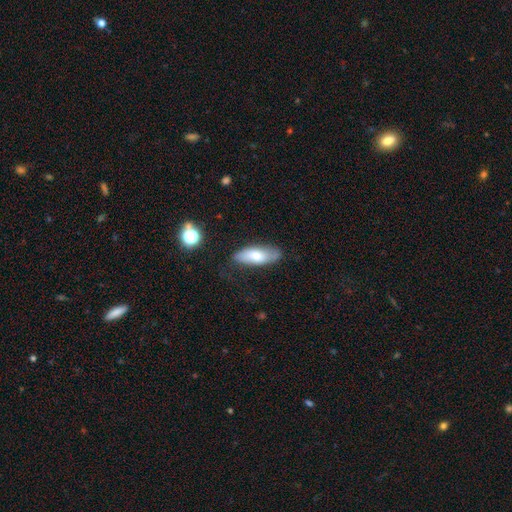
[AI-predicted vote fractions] A smooth galaxy with no disk features (71%) that is in between round and cigar-shaped (70%). Merging: none (72%).